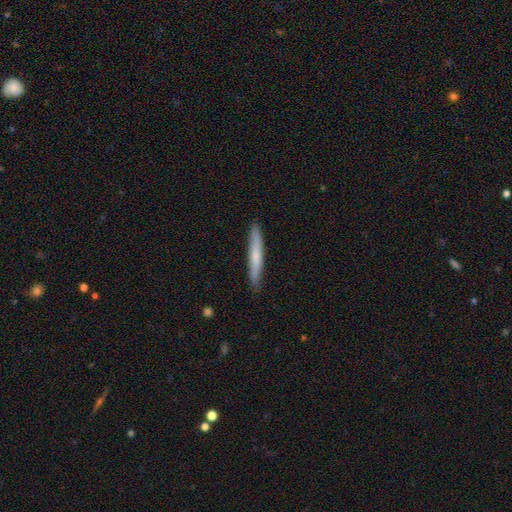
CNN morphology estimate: The model was most divided on "smooth or featured": smooth: 61%, featured or disk: 34%, star or artifact: 5%. More confident: how rounded — cigar-shaped (95%); merging — none (88%).